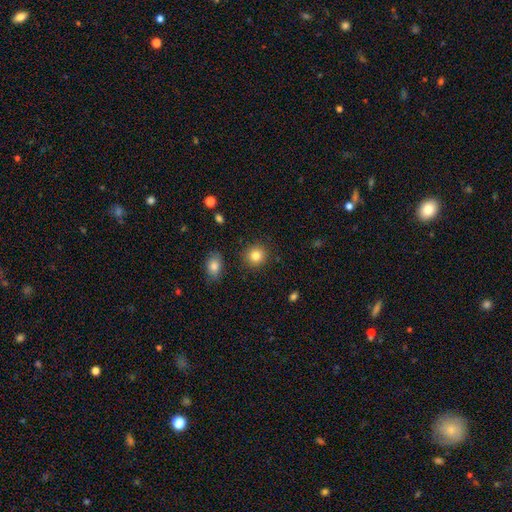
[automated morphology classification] smooth_or_featured: smooth (p=0.83) [alt: star or artifact p=0.10]
how_rounded: round (p=0.89) [alt: in between p=0.10]
merging: none (p=0.90) [alt: minor disturbance p=0.06]